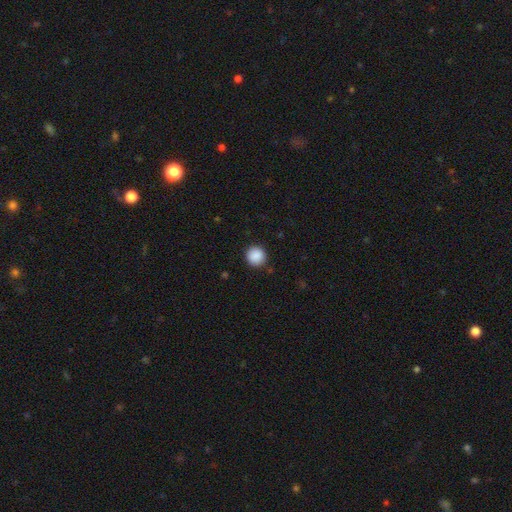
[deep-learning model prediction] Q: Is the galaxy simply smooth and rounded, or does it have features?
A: smooth — 89%.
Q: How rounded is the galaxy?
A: round — 95%.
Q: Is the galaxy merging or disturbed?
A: none — 91%.